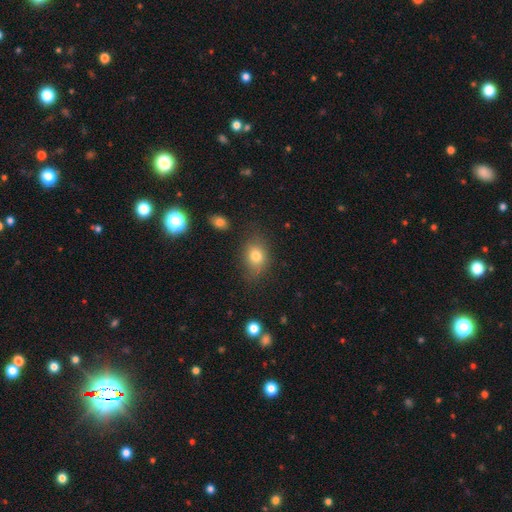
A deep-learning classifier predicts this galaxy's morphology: Overall: smooth (78%). How rounded: in between (58%; round 41%). Merging: none (71%).